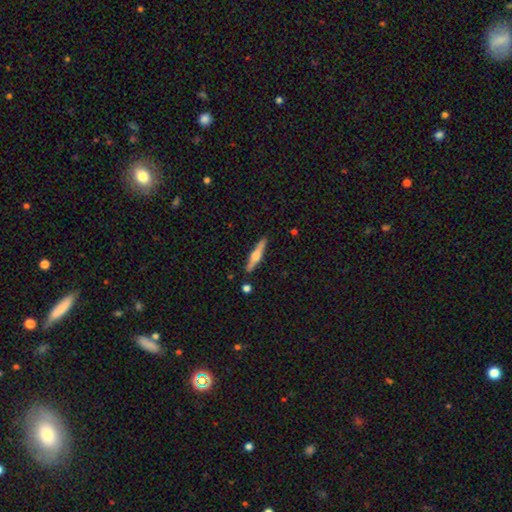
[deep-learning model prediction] Smooth or featured? Predicted: featured or disk (p=0.60). Edge-on disk? Predicted: yes (p=0.97). Edge-on bulge? Predicted: rounded (p=0.90). Merging? Predicted: none (p=0.88).